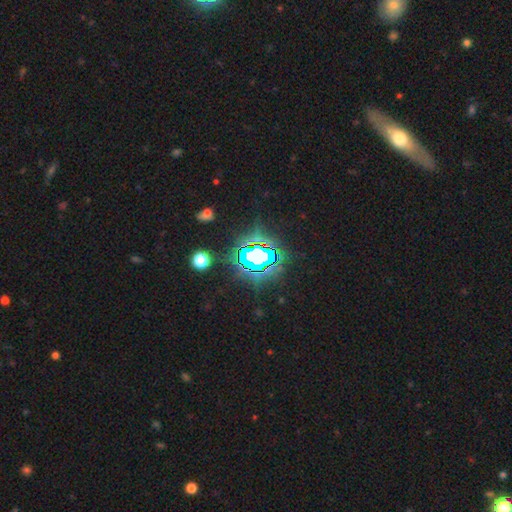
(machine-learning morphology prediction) smooth_or_featured: star or artifact (p=0.74) [alt: smooth p=0.15]